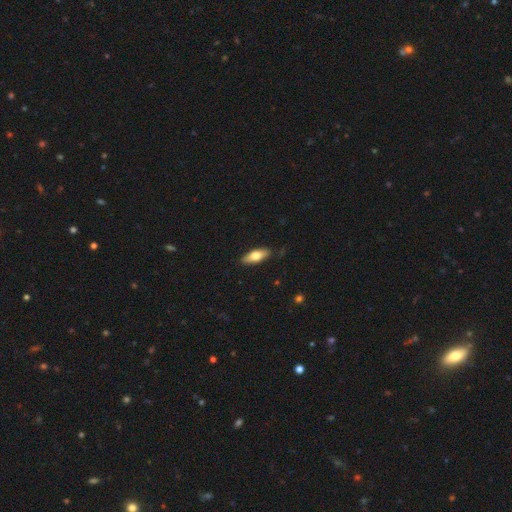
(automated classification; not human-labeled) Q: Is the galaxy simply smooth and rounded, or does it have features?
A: smooth — 67%.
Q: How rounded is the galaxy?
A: in between — 67%.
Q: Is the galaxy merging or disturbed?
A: none — 86%.